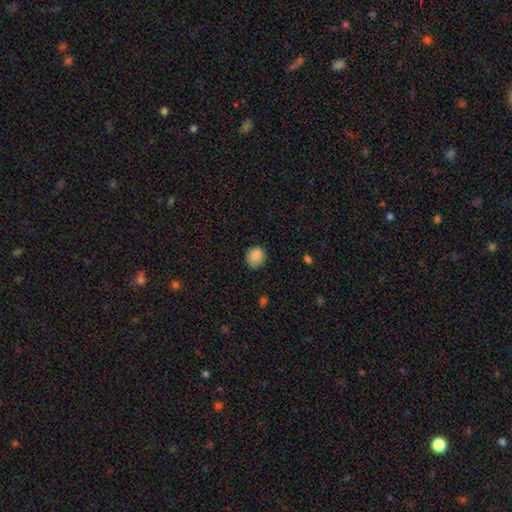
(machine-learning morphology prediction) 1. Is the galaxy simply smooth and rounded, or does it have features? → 85% smooth, 8% star or artifact, 7% featured or disk.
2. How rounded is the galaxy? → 64% round, 35% in between, 1% cigar-shaped.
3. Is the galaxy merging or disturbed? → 79% none, 17% minor disturbance, 3% major disturbance, 1% merger.